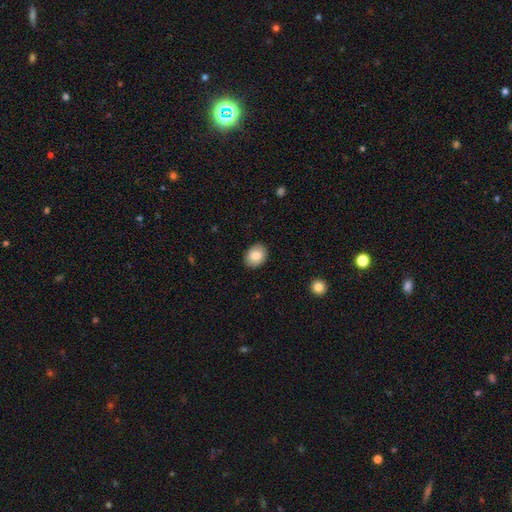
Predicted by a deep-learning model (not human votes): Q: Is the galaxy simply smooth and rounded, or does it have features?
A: smooth — 84%.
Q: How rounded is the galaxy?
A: in between — 68%.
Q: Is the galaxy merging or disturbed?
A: none — 89%.